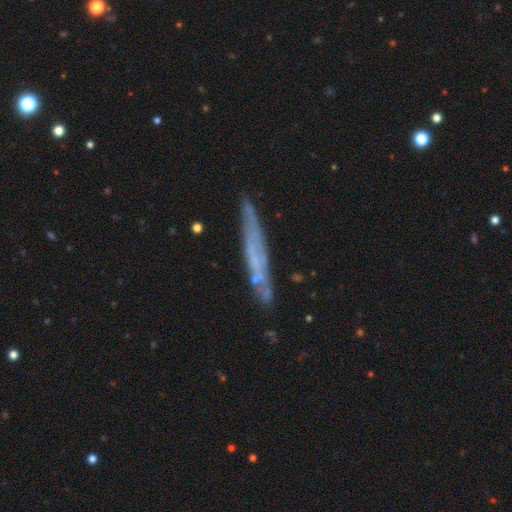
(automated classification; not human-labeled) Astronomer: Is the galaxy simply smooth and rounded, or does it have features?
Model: featured or disk — 54% (runner-up: smooth, 37%).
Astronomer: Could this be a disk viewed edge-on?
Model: yes — 78%.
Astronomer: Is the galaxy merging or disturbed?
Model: none — 76%.